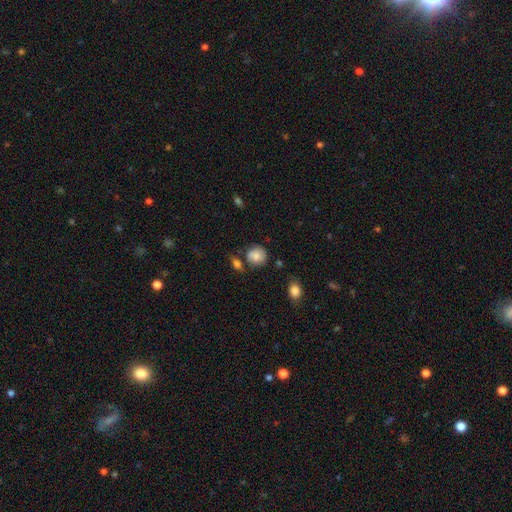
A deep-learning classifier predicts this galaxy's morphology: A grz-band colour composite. It shows a smooth galaxy with no disk features (80%) that is round (83%). Merging: none (67%).